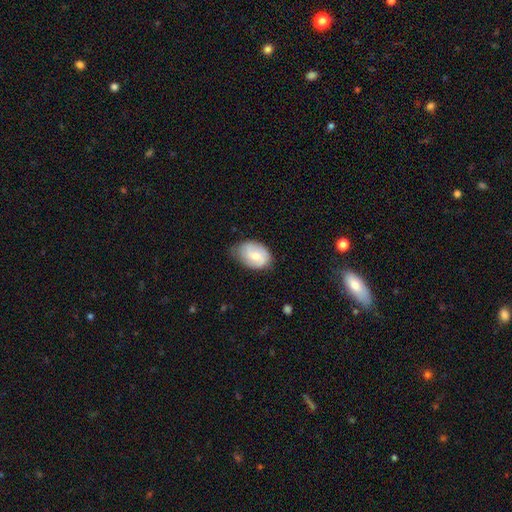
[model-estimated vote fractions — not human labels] Smooth or featured: smooth — 57% (featured or disk — 37%)
How rounded: in between — 79% (round — 20%)
Merging: none — 59% (minor disturbance — 33%)